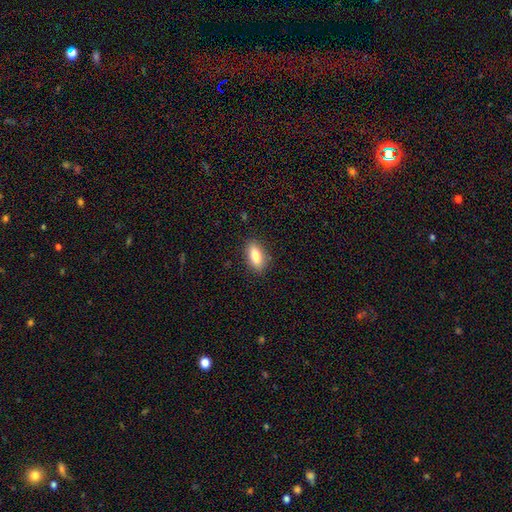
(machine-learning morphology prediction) smooth 80%, featured or disk 12%, star or artifact 8%. Down the decision tree: how rounded — in between (83%); merging — none (87%).